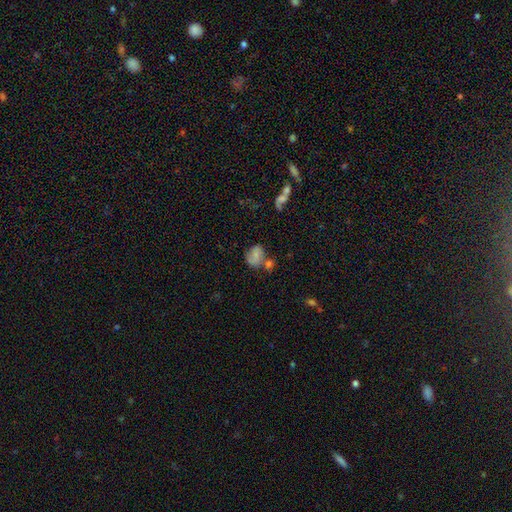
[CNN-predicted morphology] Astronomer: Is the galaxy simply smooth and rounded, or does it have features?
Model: smooth — 59%.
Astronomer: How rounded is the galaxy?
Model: in between — 58% (runner-up: round, 40%).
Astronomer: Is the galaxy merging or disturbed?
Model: none — 43% (runner-up: merger, 26%).